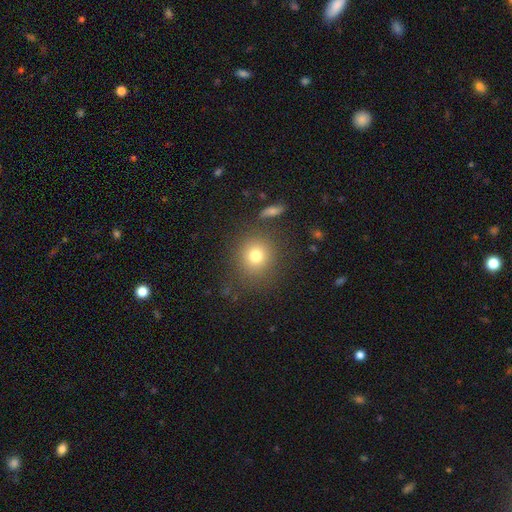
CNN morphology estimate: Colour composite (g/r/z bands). It shows a smooth galaxy with no disk features (76%) that is round (85%). Merging: none (81%).